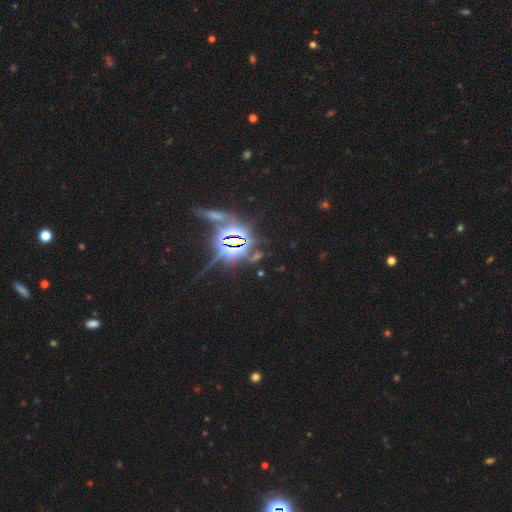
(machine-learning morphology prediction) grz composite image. It shows a star or artifact, not a galaxy (83%).